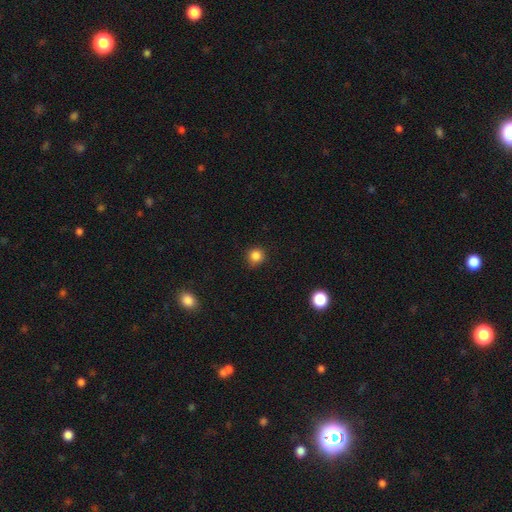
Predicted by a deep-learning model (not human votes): The model was most divided on "smooth or featured": smooth: 84%, star or artifact: 12%, featured or disk: 3%. More confident: how rounded — round (92%); merging — none (86%).